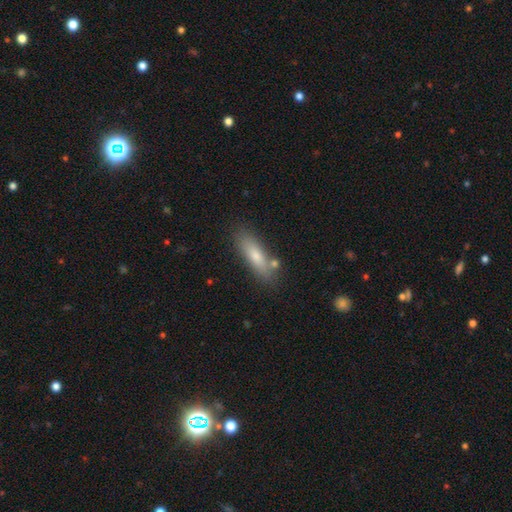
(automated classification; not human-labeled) Smooth or featured?
  - smooth: 73% *
  - featured or disk: 19%
  - star or artifact: 8%
How rounded?
  - cigar-shaped: 58% *
  - in between: 40%
  - round: 2%
Merging?
  - none: 79% *
  - minor disturbance: 12%
  - merger: 6%
  - major disturbance: 3%